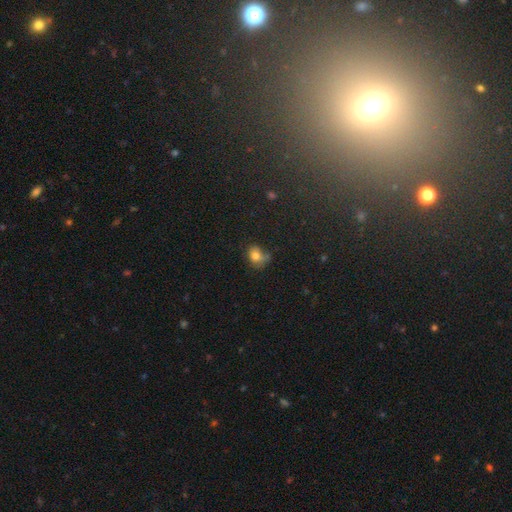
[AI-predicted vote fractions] smooth-or-featured: smooth: 77% | star or artifact: 12% | featured or disk: 11%
  how-rounded: round: 54% | in between: 45% | cigar-shaped: 1%
  merging: none: 47% | minor disturbance: 31% | major disturbance: 14% | merger: 8%